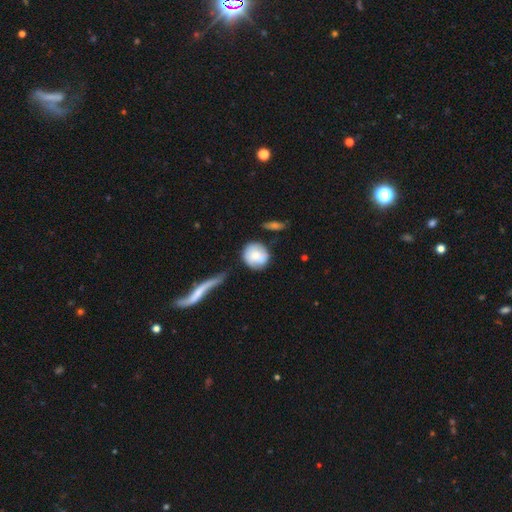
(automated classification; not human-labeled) smooth-or-featured: smooth: 75% | featured or disk: 19% | star or artifact: 6%
  how-rounded: round: 86% | in between: 12% | cigar-shaped: 2%
  merging: none: 65% | minor disturbance: 20% | merger: 8% | major disturbance: 7%